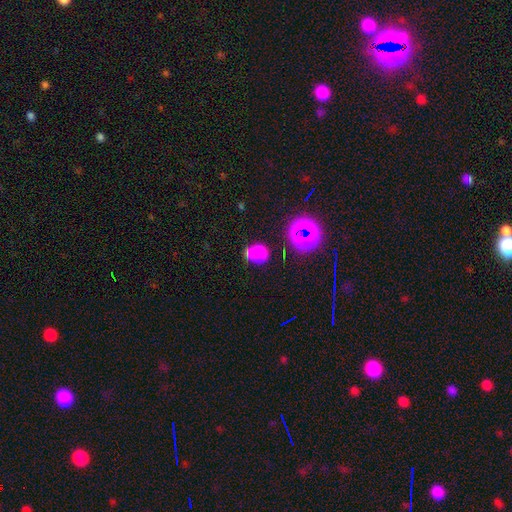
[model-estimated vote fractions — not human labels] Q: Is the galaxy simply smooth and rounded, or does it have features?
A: smooth — 68%.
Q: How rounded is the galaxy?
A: round — 66%.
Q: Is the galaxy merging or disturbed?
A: none — 45%.